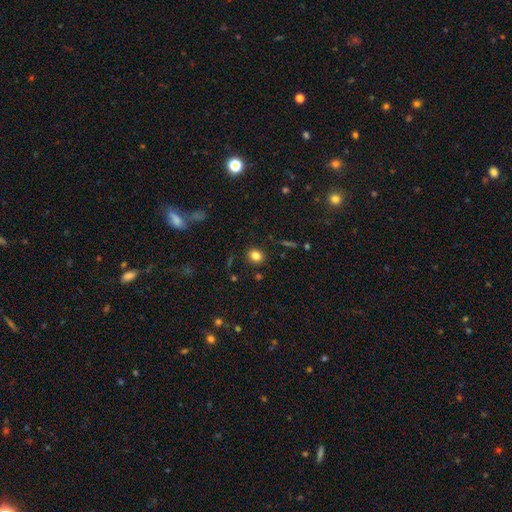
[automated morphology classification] type=smooth (82%); roundness=round (59%); merging=none (88%).